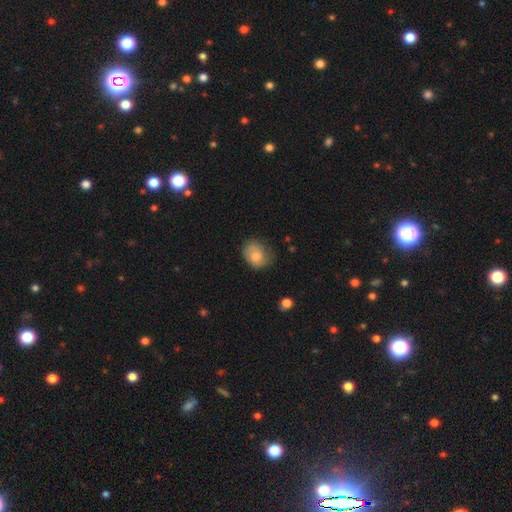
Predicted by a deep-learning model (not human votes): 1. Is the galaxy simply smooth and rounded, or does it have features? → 72% smooth, 21% featured or disk, 8% star or artifact.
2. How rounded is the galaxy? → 51% in between, 48% round, 1% cigar-shaped.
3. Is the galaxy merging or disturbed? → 57% none, 30% minor disturbance, 10% major disturbance, 3% merger.